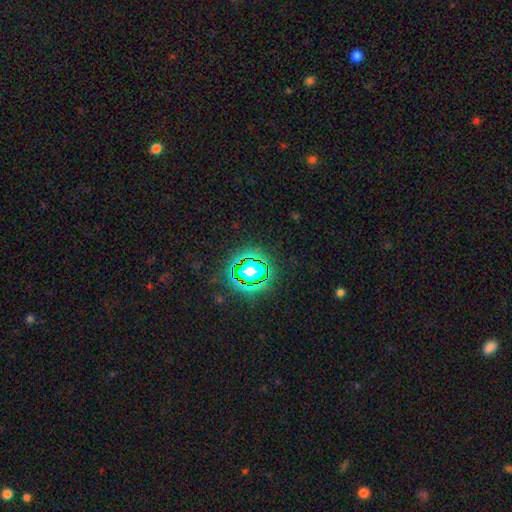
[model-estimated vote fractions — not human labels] smooth-or-featured: star or artifact: 78% | smooth: 14% | featured or disk: 8%